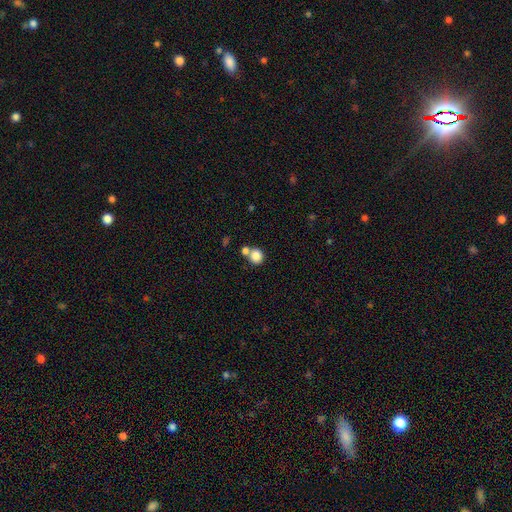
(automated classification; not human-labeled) Smooth or featured? Predicted: smooth (p=0.84). How rounded? Predicted: round (p=0.86). Merging? Predicted: none (p=0.57).